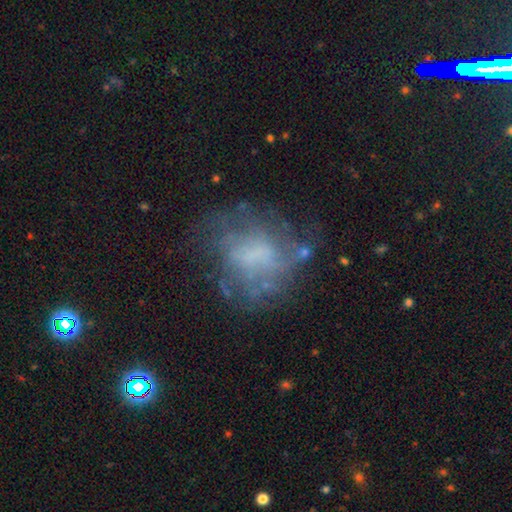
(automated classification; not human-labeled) Overall: featured or disk (60%; smooth 25%). Edge-on disk: no (97%). Bar: no (66%; weak 28%). Spiral arms: yes (50%, tied with no). Bulge size: none (55%; moderate 18%). Merging: none (54%; major disturbance 23%).